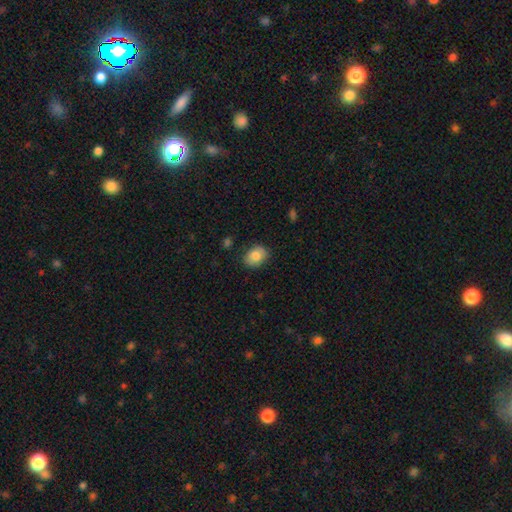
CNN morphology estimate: The model was most divided on "how rounded": in between: 67%, round: 32%, cigar-shaped: 1%. More confident: merging — none (83%); smooth or featured — smooth (82%).